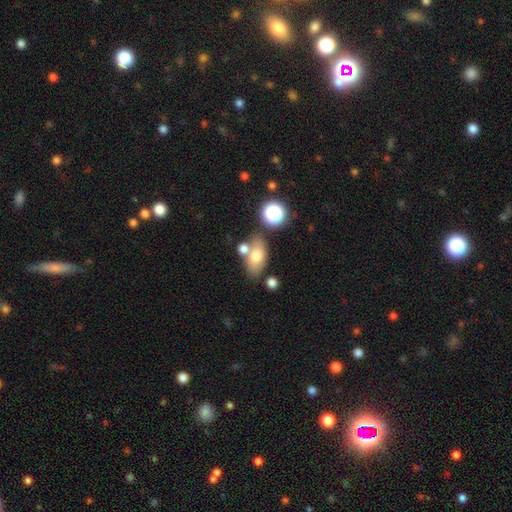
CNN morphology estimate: A smooth galaxy with no disk features (72%) that is in between round and cigar-shaped (85%). Merging: none (61%).